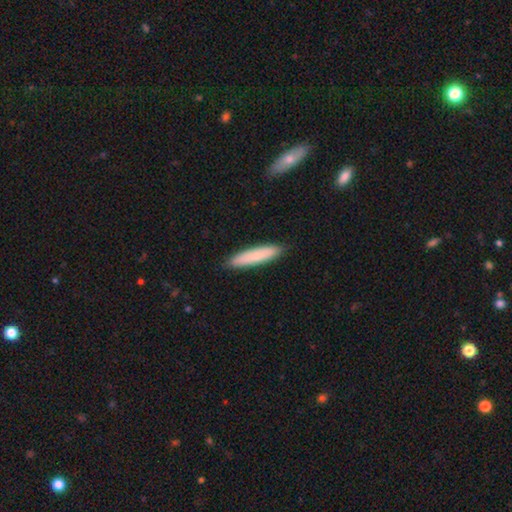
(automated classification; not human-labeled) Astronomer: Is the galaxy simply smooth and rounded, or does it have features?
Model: smooth — 80%.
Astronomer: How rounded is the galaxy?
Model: cigar-shaped — 86%.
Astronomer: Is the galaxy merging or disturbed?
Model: none — 89%.